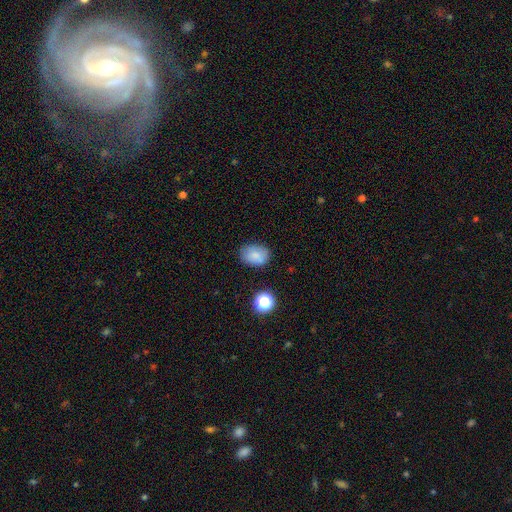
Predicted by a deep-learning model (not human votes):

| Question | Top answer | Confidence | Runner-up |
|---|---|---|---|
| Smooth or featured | smooth | 81% | star or artifact (10%) |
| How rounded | in between | 73% | round (26%) |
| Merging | none | 78% | minor disturbance (16%) |